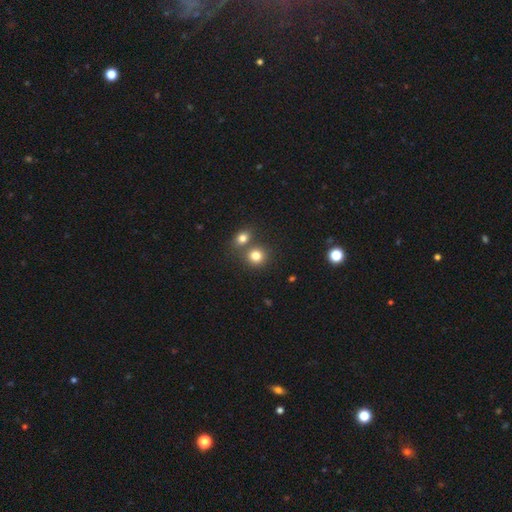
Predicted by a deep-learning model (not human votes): smooth-or-featured: smooth: 79% | star or artifact: 13% | featured or disk: 8%
  how-rounded: round: 83% | in between: 16% | cigar-shaped: 1%
  merging: none: 58% | merger: 31% | minor disturbance: 7% | major disturbance: 3%